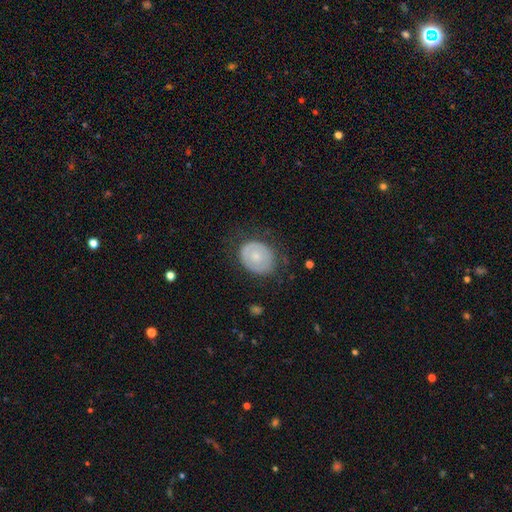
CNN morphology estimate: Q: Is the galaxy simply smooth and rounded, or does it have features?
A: smooth — 59%.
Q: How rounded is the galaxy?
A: round — 60%.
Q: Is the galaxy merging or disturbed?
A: none — 72%.